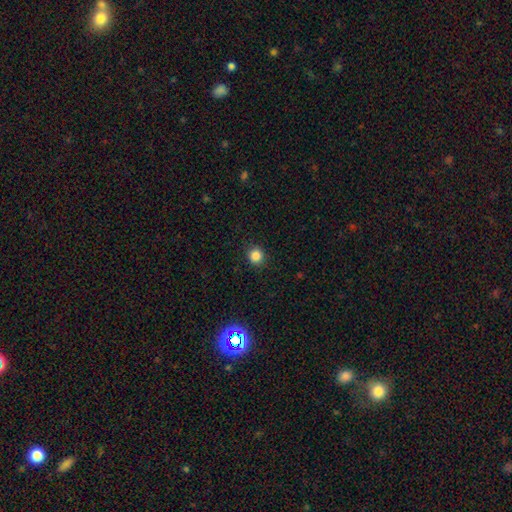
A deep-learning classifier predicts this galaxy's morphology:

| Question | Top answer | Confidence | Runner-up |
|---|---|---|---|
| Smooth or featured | smooth | 85% | star or artifact (11%) |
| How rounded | round | 92% | in between (7%) |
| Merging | none | 91% | minor disturbance (6%) |